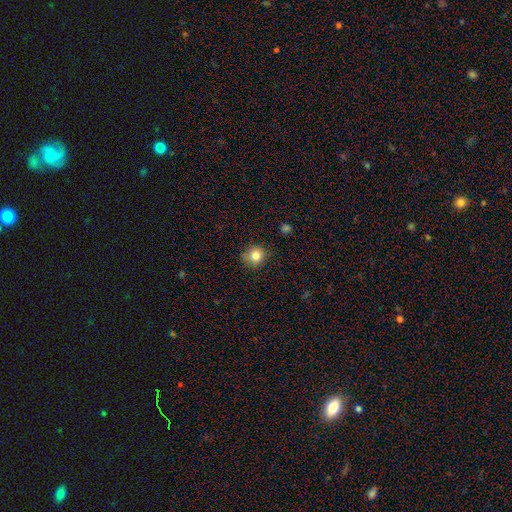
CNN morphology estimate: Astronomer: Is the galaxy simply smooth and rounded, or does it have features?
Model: smooth — 82%.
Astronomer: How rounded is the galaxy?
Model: round — 88%.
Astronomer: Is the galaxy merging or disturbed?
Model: none — 85%.